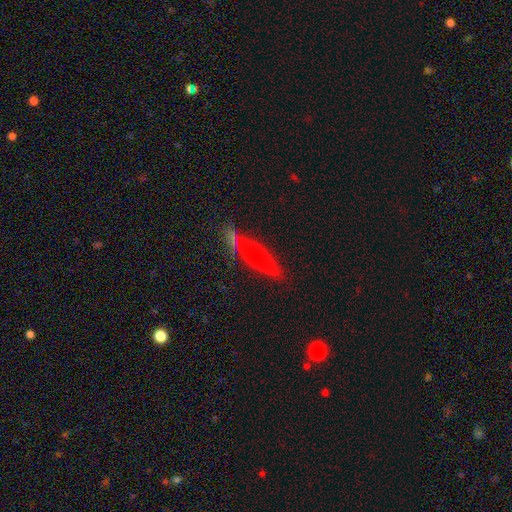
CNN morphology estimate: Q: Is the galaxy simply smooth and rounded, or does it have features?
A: smooth — 47%.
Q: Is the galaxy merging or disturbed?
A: none — 70%.